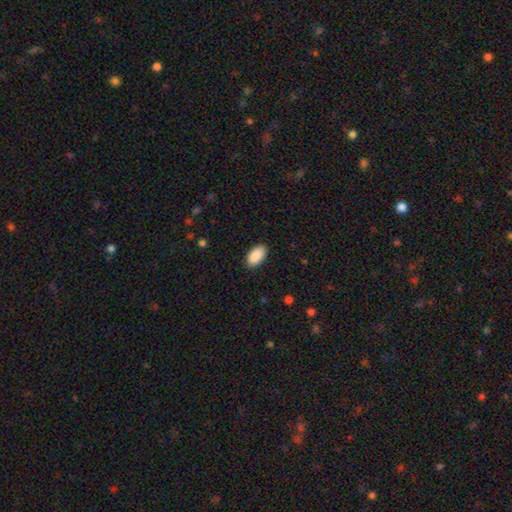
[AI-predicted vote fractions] Smooth or featured? smooth (90%)
How rounded? in between (95%)
Merging? none (89%)